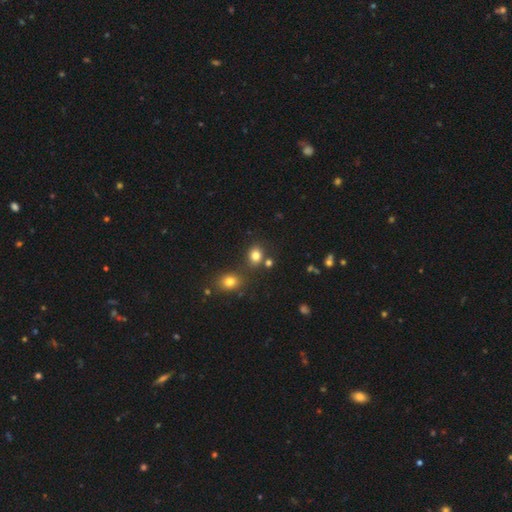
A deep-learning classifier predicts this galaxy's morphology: type=smooth (80%); roundness=round (62%); merging=none (71%).